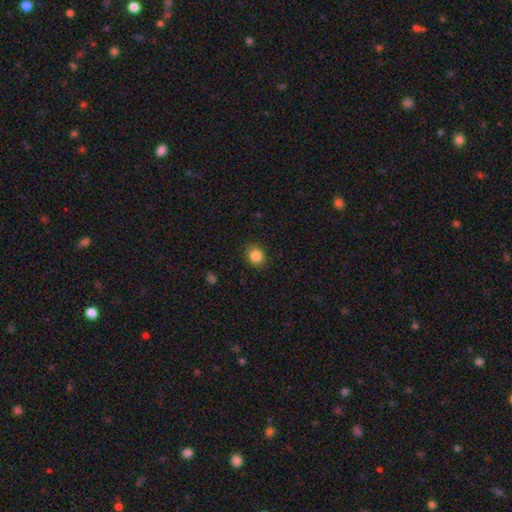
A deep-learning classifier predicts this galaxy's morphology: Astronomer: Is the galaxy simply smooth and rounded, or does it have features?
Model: smooth — 86%.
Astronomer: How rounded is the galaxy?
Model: round — 66%.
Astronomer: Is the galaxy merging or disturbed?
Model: none — 88%.